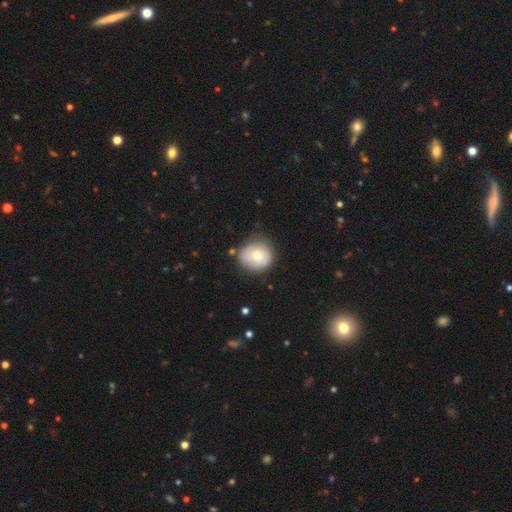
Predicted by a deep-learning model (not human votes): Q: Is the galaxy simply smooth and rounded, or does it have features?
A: smooth — 68%.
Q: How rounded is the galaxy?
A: round — 83%.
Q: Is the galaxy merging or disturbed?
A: none — 71%.